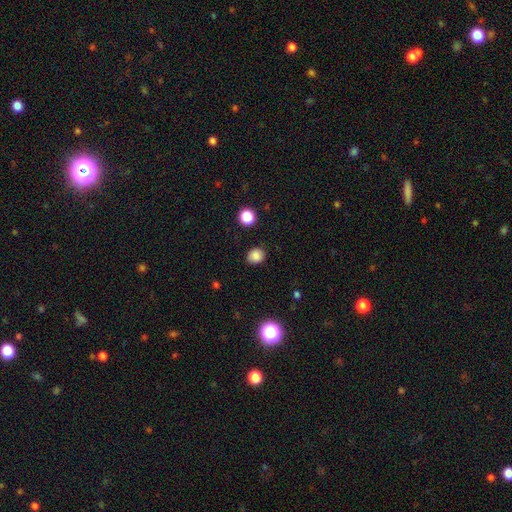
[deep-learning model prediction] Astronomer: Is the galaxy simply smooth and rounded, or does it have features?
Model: smooth — 85%.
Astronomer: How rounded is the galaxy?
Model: round — 63%.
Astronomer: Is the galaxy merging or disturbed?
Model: none — 87%.